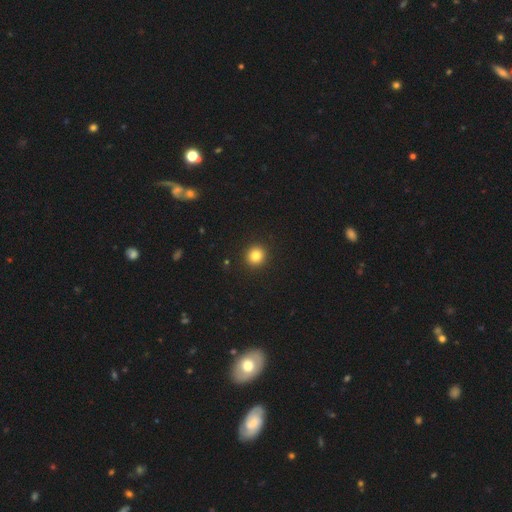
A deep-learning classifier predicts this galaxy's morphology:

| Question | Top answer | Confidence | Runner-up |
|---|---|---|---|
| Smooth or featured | smooth | 83% | star or artifact (11%) |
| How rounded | round | 92% | in between (7%) |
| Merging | none | 93% | minor disturbance (4%) |